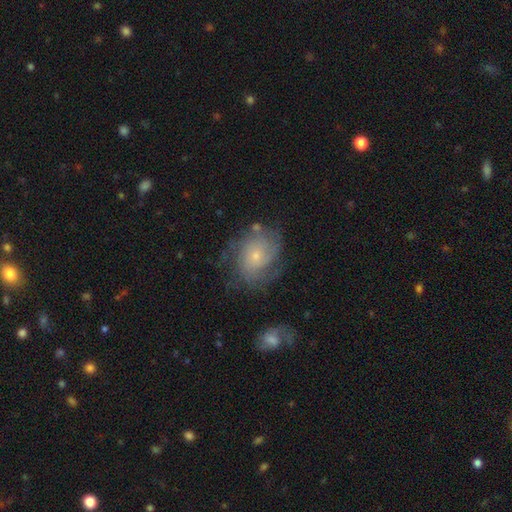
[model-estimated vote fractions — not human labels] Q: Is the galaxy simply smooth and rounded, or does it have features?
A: featured or disk — 60%.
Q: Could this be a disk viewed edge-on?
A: no — 96%.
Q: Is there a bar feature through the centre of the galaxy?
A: no — 80%.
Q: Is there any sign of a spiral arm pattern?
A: yes — 81%.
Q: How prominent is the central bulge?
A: small — 70%.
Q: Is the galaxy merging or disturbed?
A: none — 61%.